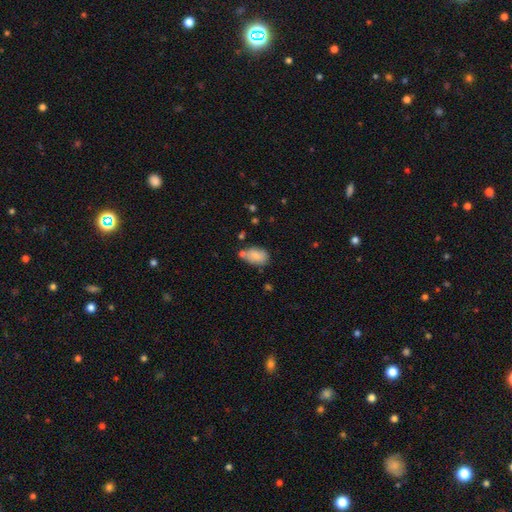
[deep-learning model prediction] Smooth or featured? Predicted: smooth (p=0.83). How rounded? Predicted: in between (p=0.89). Merging? Predicted: none (p=0.61).